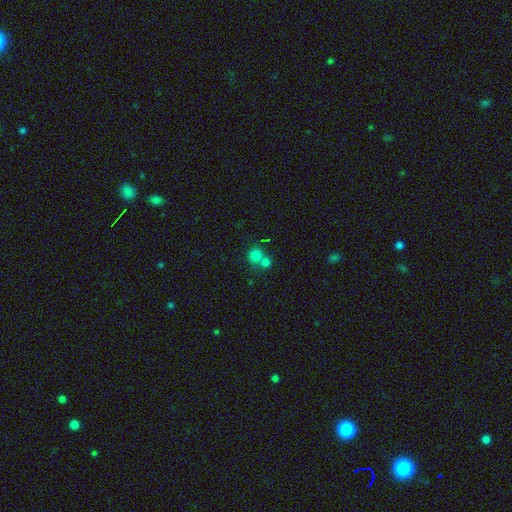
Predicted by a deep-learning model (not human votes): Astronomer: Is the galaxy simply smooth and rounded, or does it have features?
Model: smooth — 77%.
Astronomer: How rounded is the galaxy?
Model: round — 89%.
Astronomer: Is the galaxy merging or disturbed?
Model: none — 48% (runner-up: merger, 43%).